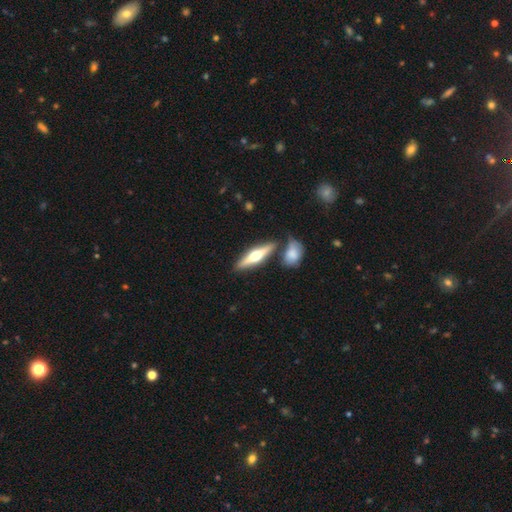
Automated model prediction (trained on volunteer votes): A featured or disk galaxy (61%) viewed edge-on (94%) with a rounded central bulge (95%). Merging: none (77%).